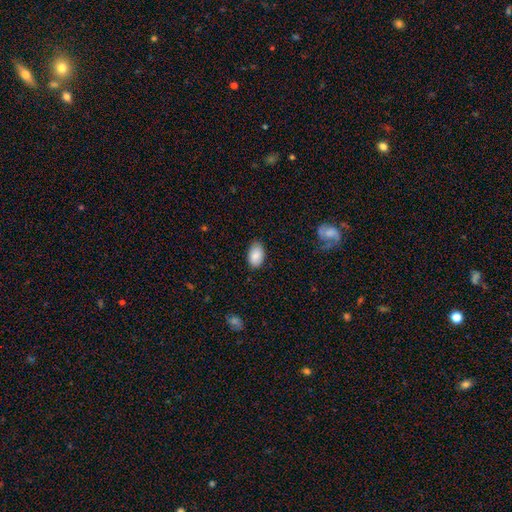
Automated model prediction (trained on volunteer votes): Morphology: type=smooth (88%); roundness=in between (91%); merging=none (78%).